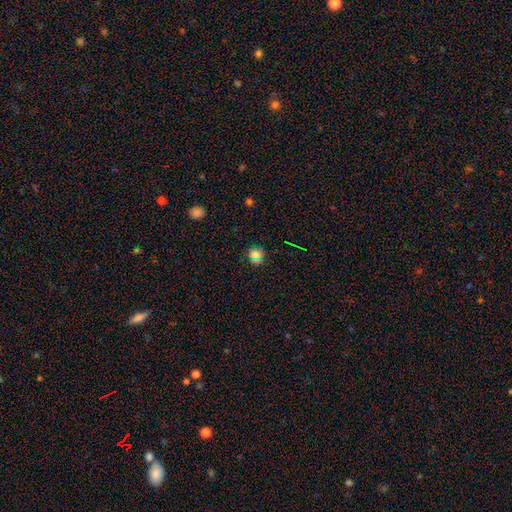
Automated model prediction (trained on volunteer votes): Overall: smooth (62%; star or artifact 30%). How rounded: round (89%). Merging: none (87%).